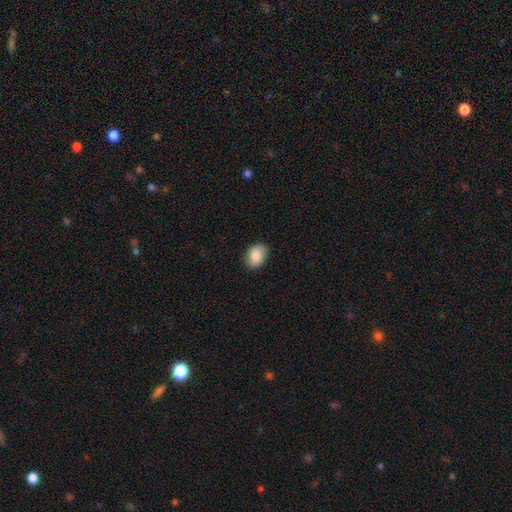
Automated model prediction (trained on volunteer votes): smooth-or-featured: smooth: 83% | featured or disk: 9% | star or artifact: 7%
  how-rounded: in between: 73% | round: 26% | cigar-shaped: 1%
  merging: none: 84% | minor disturbance: 12% | major disturbance: 2% | merger: 1%